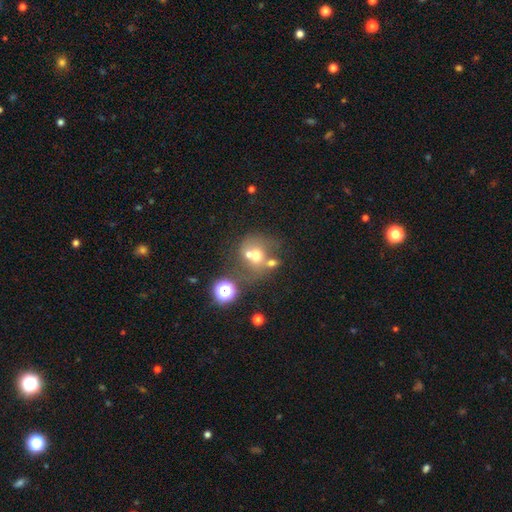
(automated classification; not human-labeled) Q: Smooth or featured?
A: smooth (53%); runner-up: featured or disk (29%)
Q: How rounded?
A: round (72%); runner-up: in between (27%)
Q: Merging?
A: merger (52%); runner-up: none (30%)